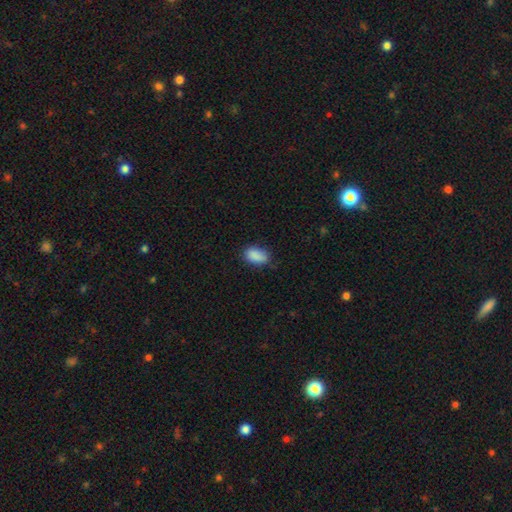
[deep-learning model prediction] smooth_or_featured: smooth (p=0.88) [alt: star or artifact p=0.08]
how_rounded: in between (p=0.90) [alt: round p=0.07]
merging: none (p=0.74) [alt: minor disturbance p=0.21]